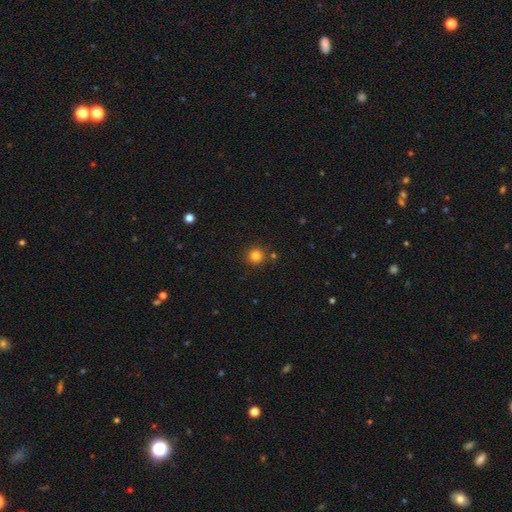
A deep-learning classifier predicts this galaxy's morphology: smooth_or_featured: smooth (p=0.81) [alt: star or artifact p=0.13]
how_rounded: round (p=0.94) [alt: in between p=0.05]
merging: none (p=0.85) [alt: minor disturbance p=0.07]